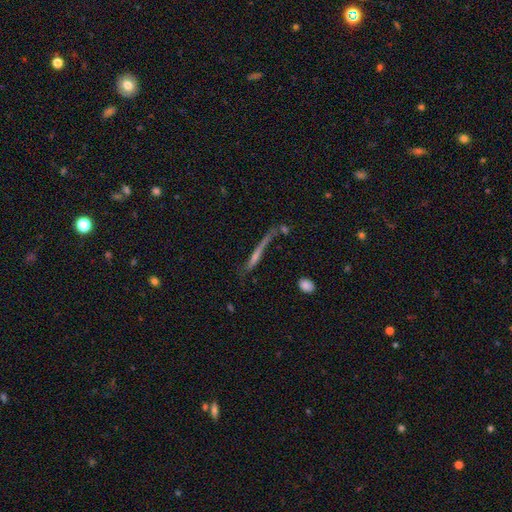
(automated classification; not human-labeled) This appears to be a featured or disk galaxy (50%). Merging: none (64%).